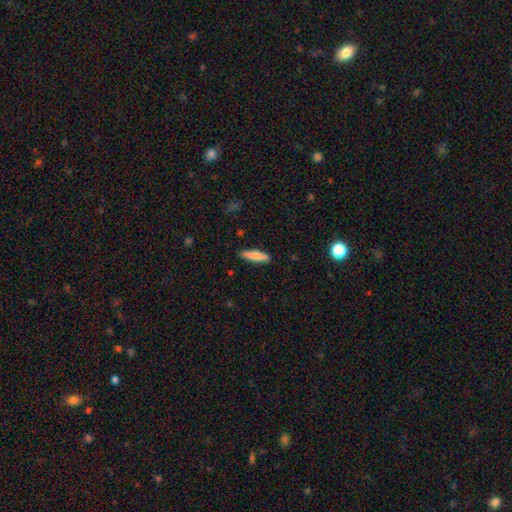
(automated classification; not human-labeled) smooth 77%, featured or disk 17%, star or artifact 6%. Down the decision tree: how rounded — cigar-shaped (72%); merging — none (88%).